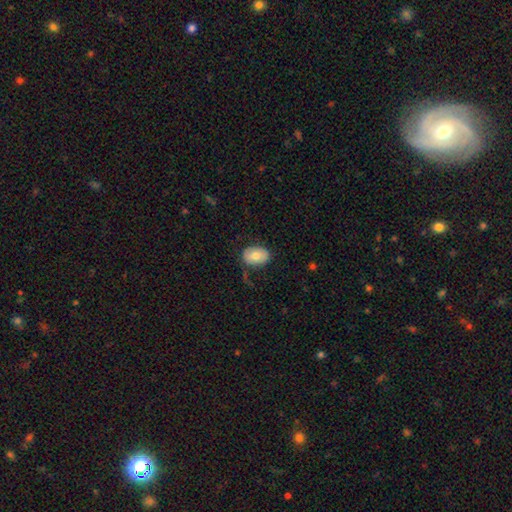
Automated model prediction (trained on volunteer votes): This is likely a smooth galaxy (75%). How rounded: clearly in between (83%). Merging: likely none (71%).